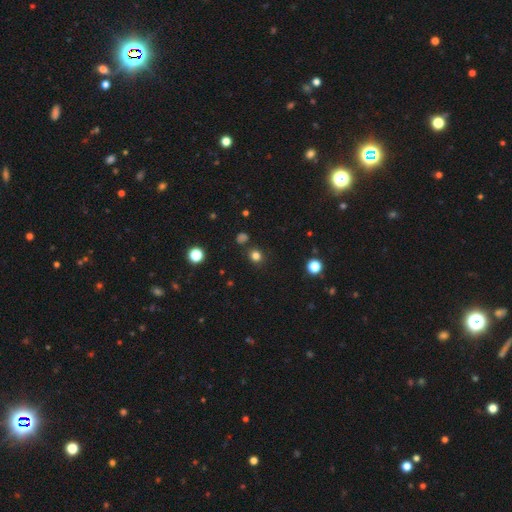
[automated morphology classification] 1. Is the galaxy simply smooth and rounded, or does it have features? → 78% smooth, 17% star or artifact, 4% featured or disk.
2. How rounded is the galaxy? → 88% round, 12% in between, 1% cigar-shaped.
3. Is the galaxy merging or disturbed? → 87% none, 7% minor disturbance, 3% merger, 2% major disturbance.